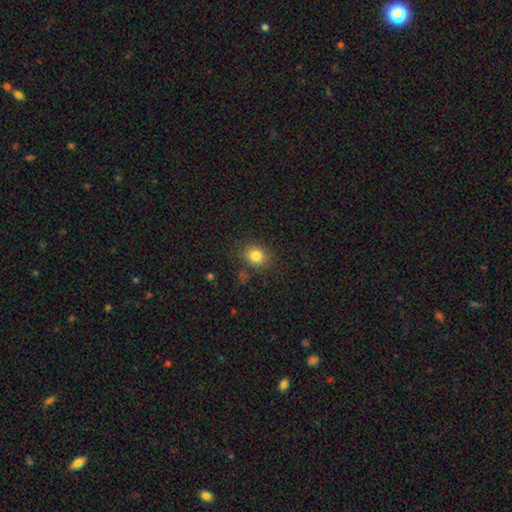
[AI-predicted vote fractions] smooth-or-featured: smooth: 82% | star or artifact: 12% | featured or disk: 6%
  how-rounded: round: 59% | in between: 40% | cigar-shaped: 1%
  merging: none: 82% | minor disturbance: 11% | major disturbance: 4% | merger: 3%